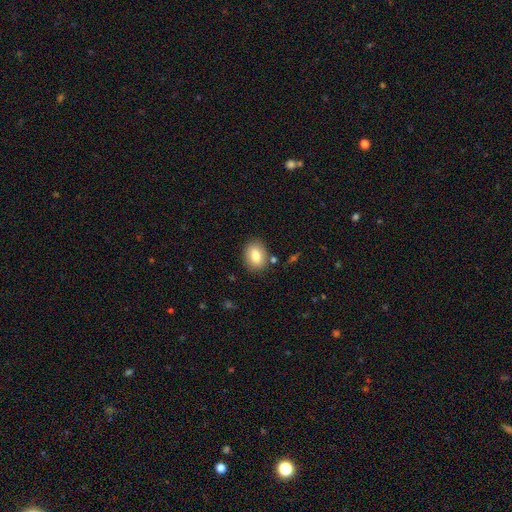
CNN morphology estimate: Overall: smooth (81%). How rounded: in between (63%; round 36%). Merging: none (83%).